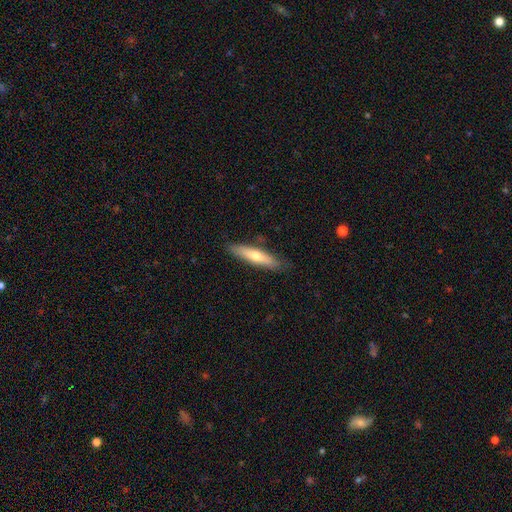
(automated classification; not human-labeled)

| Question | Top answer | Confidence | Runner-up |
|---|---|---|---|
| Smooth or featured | smooth | 58% | featured or disk (36%) |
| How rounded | cigar-shaped | 81% | in between (18%) |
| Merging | none | 86% | minor disturbance (11%) |